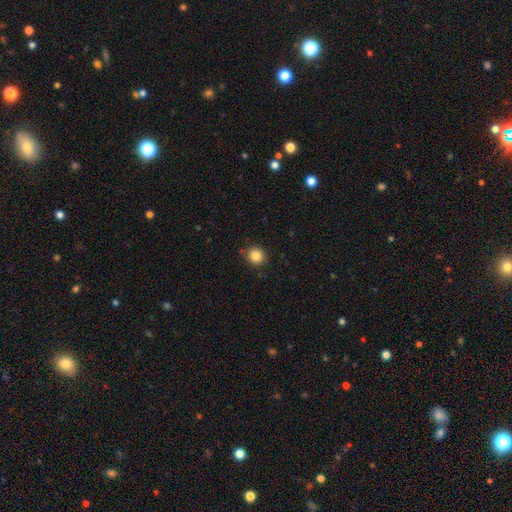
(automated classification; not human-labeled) Smooth or featured? Predicted: smooth (p=0.85). How rounded? Predicted: round (p=0.84). Merging? Predicted: none (p=0.86).